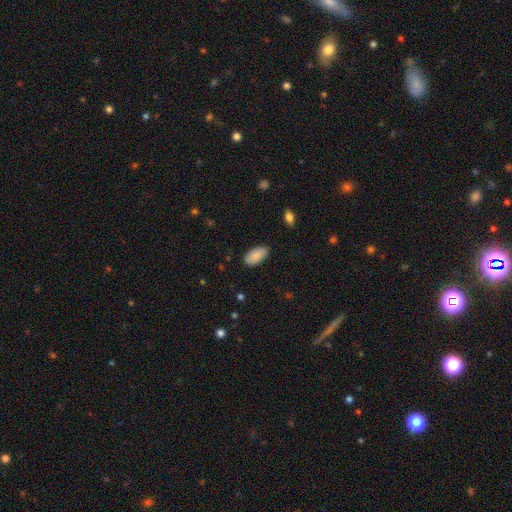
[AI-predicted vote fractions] A smooth galaxy with no disk features (86%) that is in between round and cigar-shaped (95%).

Vote fractions:
- Smooth or featured? smooth: 86% / featured or disk: 7% / star or artifact: 6%
- How rounded? in between: 95% / cigar-shaped: 3% / round: 2%
- Merging? none: 87% / minor disturbance: 10% / major disturbance: 2% / merger: 1%